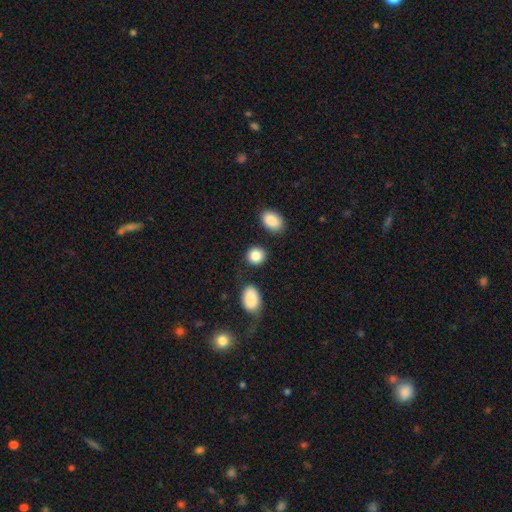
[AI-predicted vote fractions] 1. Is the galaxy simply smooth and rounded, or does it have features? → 87% smooth, 8% star or artifact, 4% featured or disk.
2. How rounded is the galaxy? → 72% round, 27% in between, 1% cigar-shaped.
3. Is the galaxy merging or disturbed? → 81% none, 10% minor disturbance, 5% merger, 3% major disturbance.